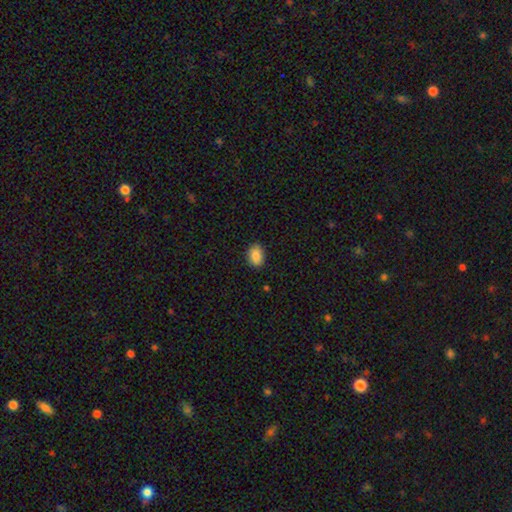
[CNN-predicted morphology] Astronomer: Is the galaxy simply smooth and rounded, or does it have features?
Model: smooth — 88%.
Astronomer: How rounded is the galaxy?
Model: in between — 81%.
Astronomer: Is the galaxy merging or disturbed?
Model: none — 86%.